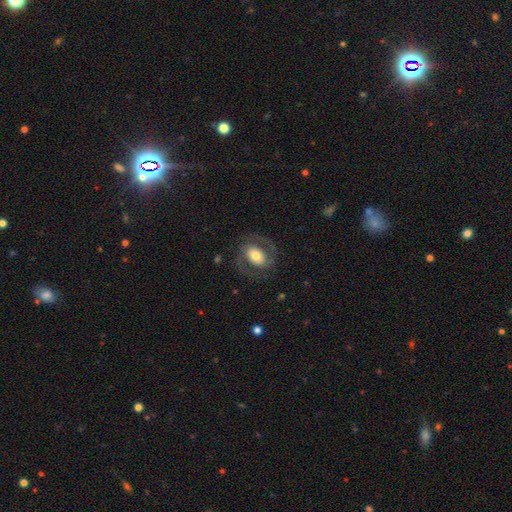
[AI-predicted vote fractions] Smooth or featured? Predicted: featured or disk (p=0.67). Edge-on disk? Predicted: no (p=0.97). Bar? Predicted: no (p=0.47). Spiral arms? Predicted: yes (p=0.81). Spiral winding? Predicted: medium (p=0.51). Spiral arm count? Predicted: 2 (p=0.88). Bulge size? Predicted: moderate (p=0.54). Merging? Predicted: none (p=0.76).